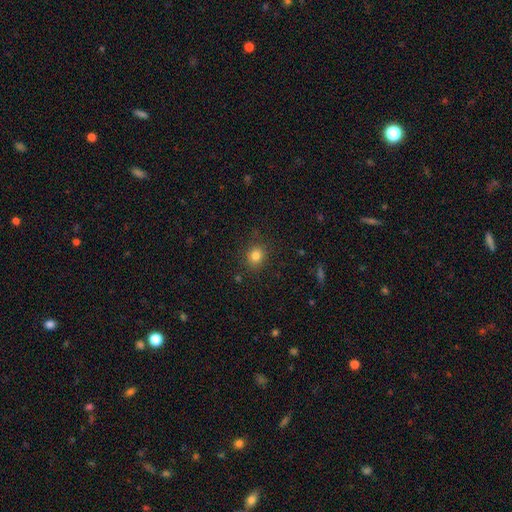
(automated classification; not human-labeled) The model was most divided on "how rounded": round: 77%, in between: 22%, cigar-shaped: 1%. More confident: merging — none (85%); smooth or featured — smooth (82%).